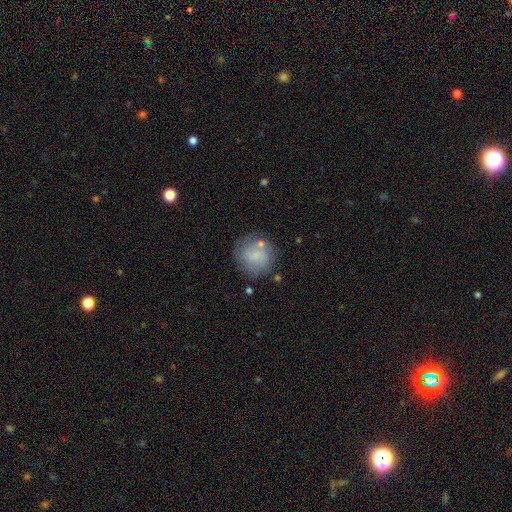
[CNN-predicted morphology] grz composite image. It shows a smooth galaxy with no disk features (71%) that is round (91%). Merging: none (69%).